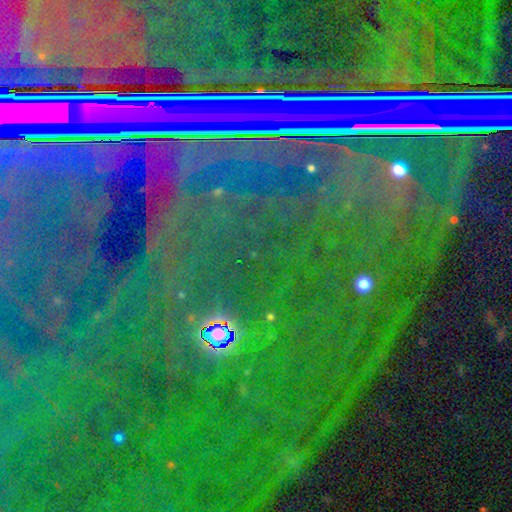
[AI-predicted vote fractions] This is clearly a star or artifact rather than a galaxy (86%).